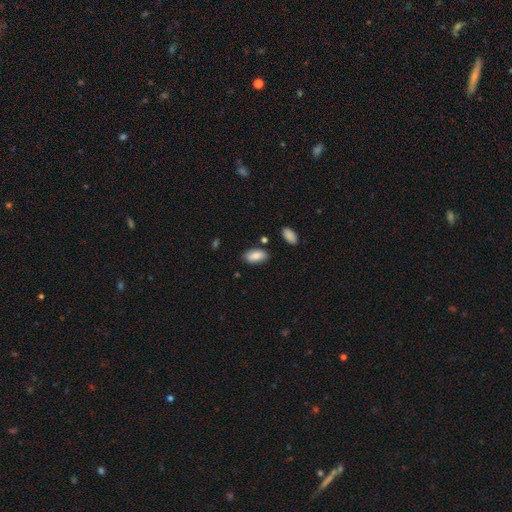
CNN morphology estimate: Q: Smooth or featured?
A: smooth (84%); runner-up: featured or disk (9%)
Q: How rounded?
A: in between (93%); runner-up: cigar-shaped (4%)
Q: Merging?
A: none (81%); runner-up: minor disturbance (13%)